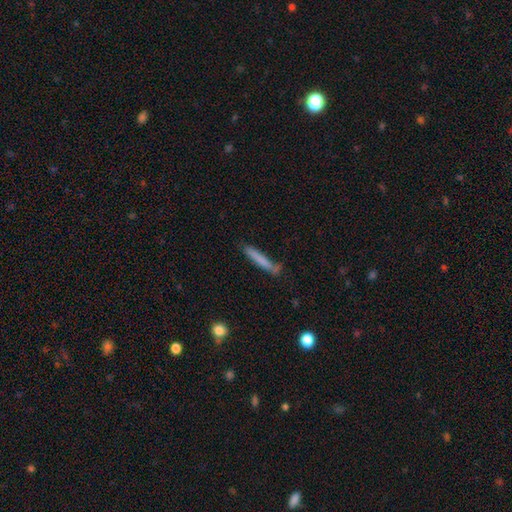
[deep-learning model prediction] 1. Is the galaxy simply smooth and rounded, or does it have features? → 71% smooth, 22% featured or disk, 7% star or artifact.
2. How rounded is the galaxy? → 95% cigar-shaped, 4% in between, 1% round.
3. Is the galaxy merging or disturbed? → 74% none, 18% minor disturbance, 4% major disturbance, 3% merger.